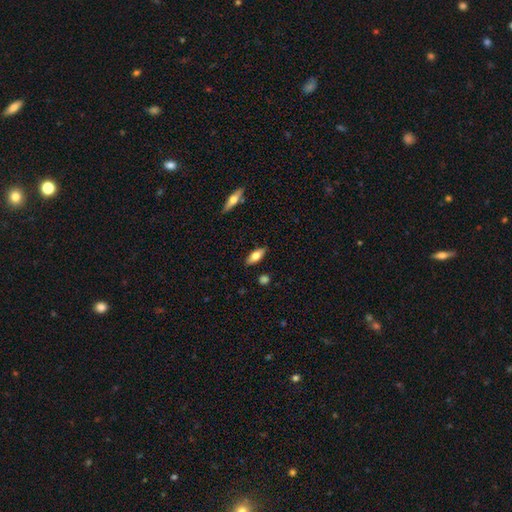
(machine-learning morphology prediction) type=smooth (66%); roundness=in between (78%); merging=none (86%).